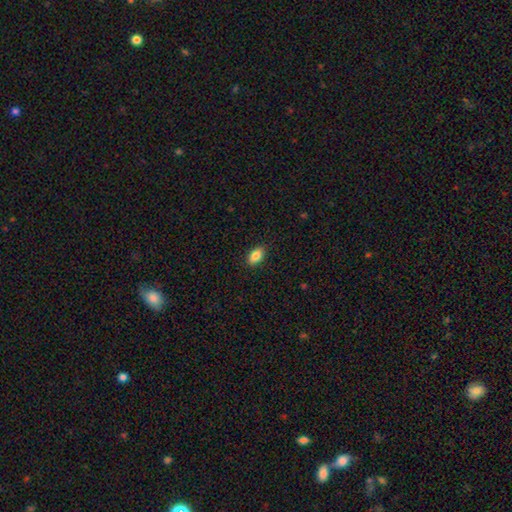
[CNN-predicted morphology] Smooth or featured: smooth — 86% (star or artifact — 8%)
How rounded: in between — 91% (round — 7%)
Merging: none — 89% (minor disturbance — 8%)